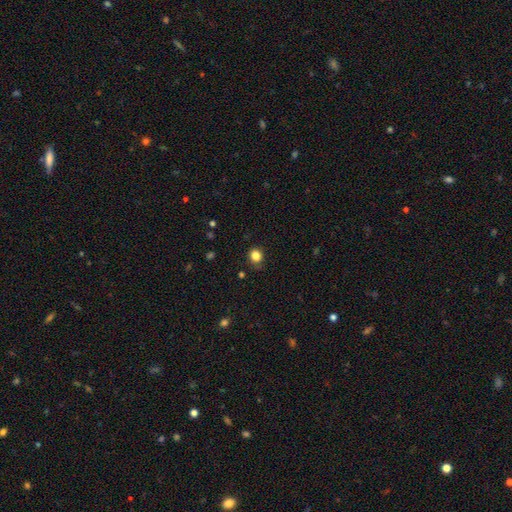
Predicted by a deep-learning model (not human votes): Q: Smooth or featured?
A: smooth (83%); runner-up: star or artifact (13%)
Q: How rounded?
A: round (81%); runner-up: in between (18%)
Q: Merging?
A: none (82%); runner-up: minor disturbance (14%)